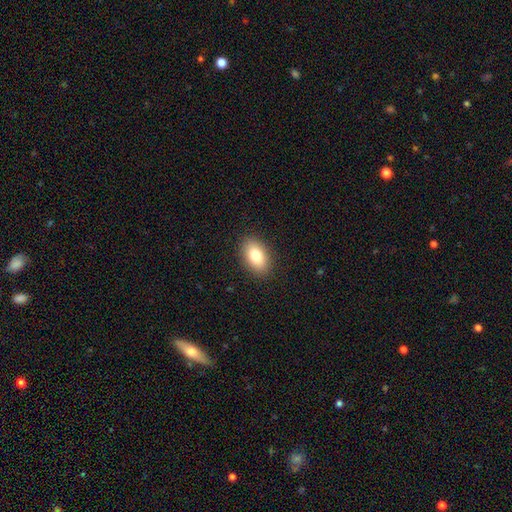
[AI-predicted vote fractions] This appears to be a smooth galaxy with no disk features (83%) that is in between round and cigar-shaped (91%). Merging: none (89%).